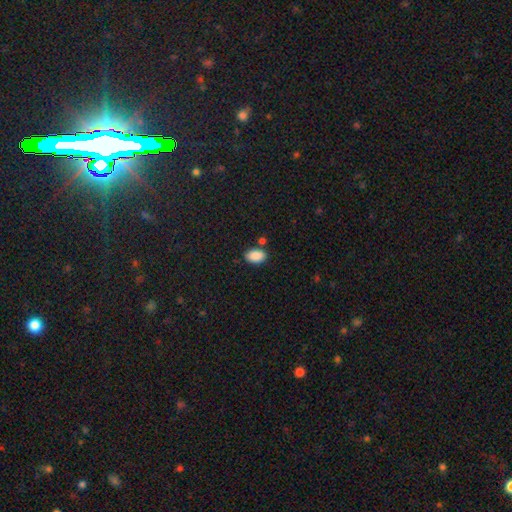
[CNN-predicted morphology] Smooth or featured?
  - smooth: 89% *
  - star or artifact: 8%
  - featured or disk: 3%
How rounded?
  - in between: 90% *
  - round: 8%
  - cigar-shaped: 1%
Merging?
  - none: 77% *
  - minor disturbance: 13%
  - merger: 7%
  - major disturbance: 3%